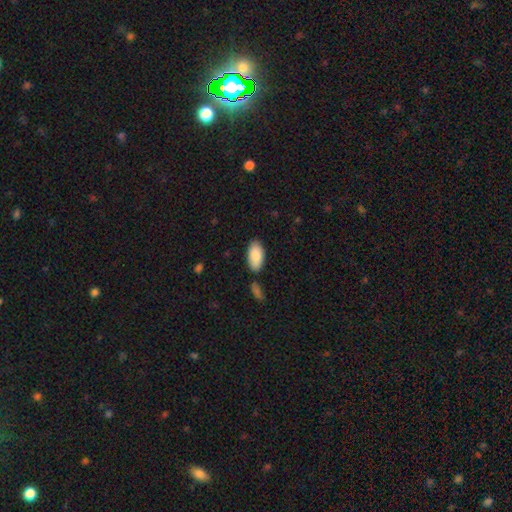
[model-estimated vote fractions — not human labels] Smooth or featured? Predicted: smooth (p=0.86). How rounded? Predicted: in between (p=0.94). Merging? Predicted: none (p=0.79).